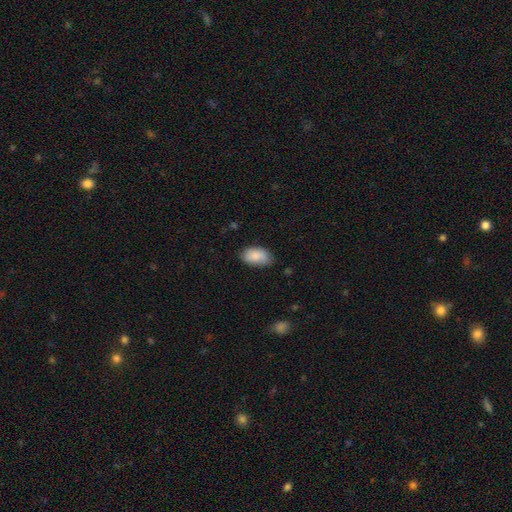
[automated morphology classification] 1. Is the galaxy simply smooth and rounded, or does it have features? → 85% smooth, 9% featured or disk, 7% star or artifact.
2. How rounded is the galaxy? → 94% in between, 4% round, 2% cigar-shaped.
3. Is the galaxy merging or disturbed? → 67% none, 26% minor disturbance, 5% major disturbance, 2% merger.